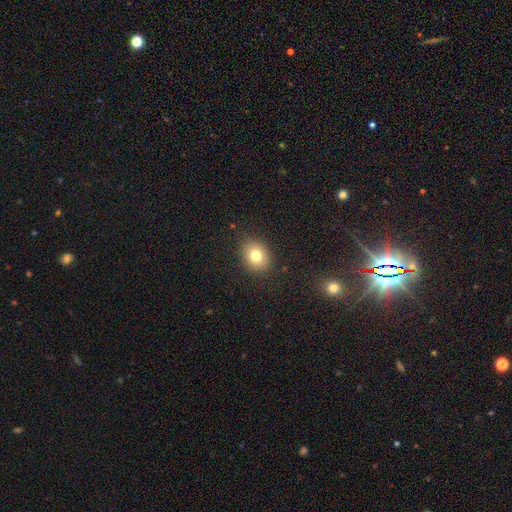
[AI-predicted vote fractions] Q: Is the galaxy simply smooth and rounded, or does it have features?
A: smooth — 78%.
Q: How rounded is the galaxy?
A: in between — 50%.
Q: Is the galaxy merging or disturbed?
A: none — 86%.